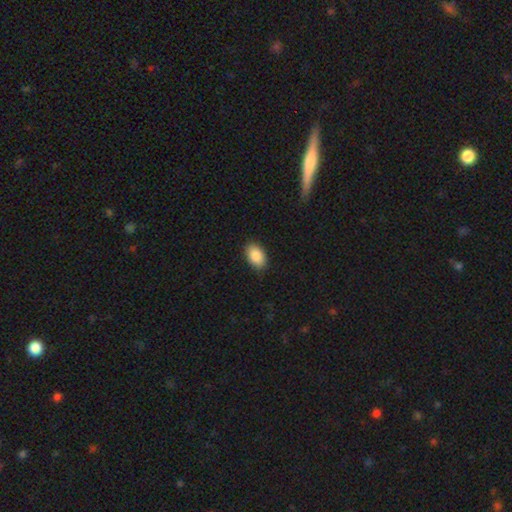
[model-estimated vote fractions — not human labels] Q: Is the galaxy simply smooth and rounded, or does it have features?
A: smooth — 89%.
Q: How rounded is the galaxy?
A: in between — 91%.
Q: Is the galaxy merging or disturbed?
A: none — 88%.